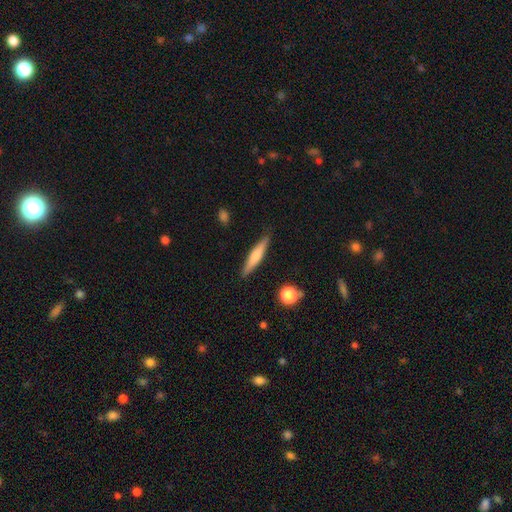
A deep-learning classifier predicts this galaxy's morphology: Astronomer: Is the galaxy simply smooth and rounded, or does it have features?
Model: smooth — 51% (runner-up: featured or disk, 43%).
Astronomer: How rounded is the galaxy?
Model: cigar-shaped — 88%.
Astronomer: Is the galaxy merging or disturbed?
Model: none — 88%.